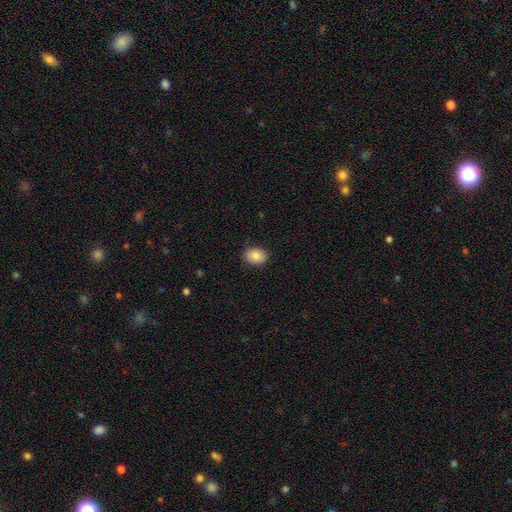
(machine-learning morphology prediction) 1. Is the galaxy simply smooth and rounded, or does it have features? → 84% smooth, 8% featured or disk, 8% star or artifact.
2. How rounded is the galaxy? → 68% in between, 31% round, 1% cigar-shaped.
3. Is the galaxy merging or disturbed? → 87% none, 10% minor disturbance, 2% major disturbance, 1% merger.